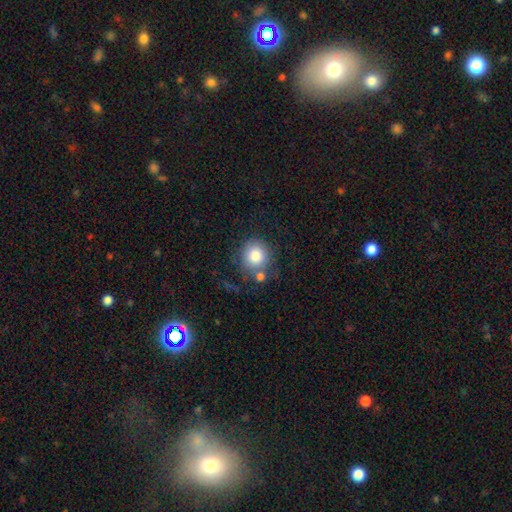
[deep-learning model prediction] Q: Smooth or featured?
A: smooth (81%); runner-up: featured or disk (10%)
Q: How rounded?
A: round (89%); runner-up: in between (10%)
Q: Merging?
A: none (67%); runner-up: minor disturbance (14%)